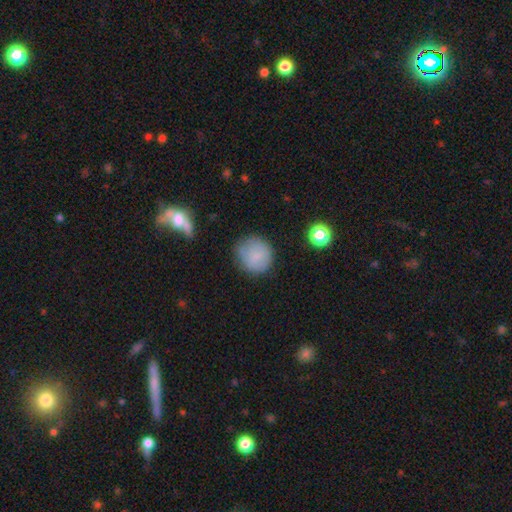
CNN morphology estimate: smooth 77%, featured or disk 15%, star or artifact 9%. Down the decision tree: how rounded — round (89%); merging — none (71%).